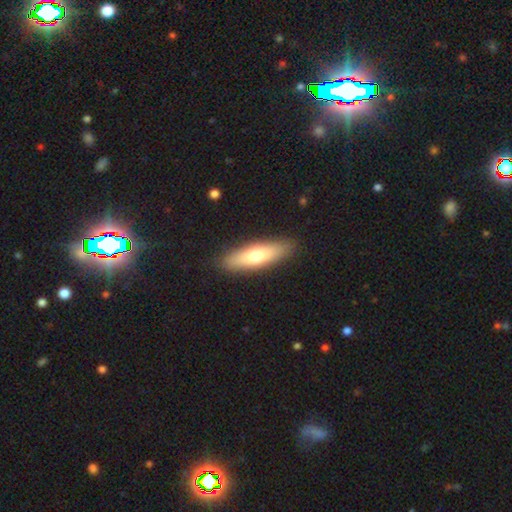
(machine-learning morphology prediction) Smooth or featured: smooth — 66% (featured or disk — 29%)
How rounded: cigar-shaped — 58% (in between — 40%)
Merging: none — 89% (minor disturbance — 8%)